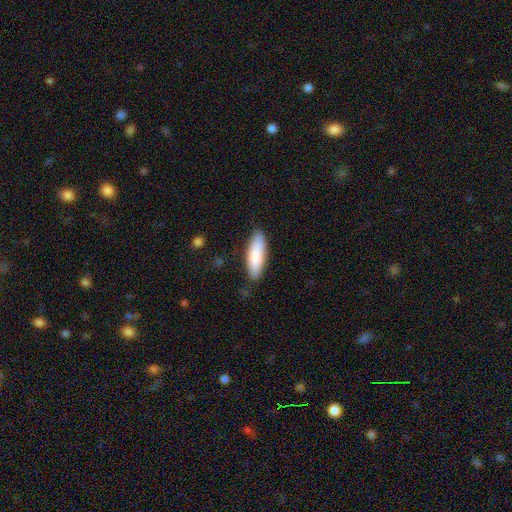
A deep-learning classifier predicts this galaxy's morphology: The model was most divided on "how rounded": in between: 55%, cigar-shaped: 44%, round: 1%. More confident: merging — none (85%); smooth or featured — smooth (84%).